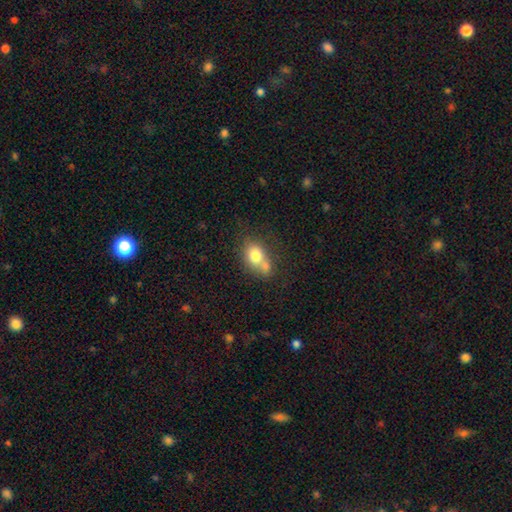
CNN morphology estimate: This appears to be a smooth galaxy with no disk features (75%) that is in between round and cigar-shaped (59%). Merging: merger (43%).